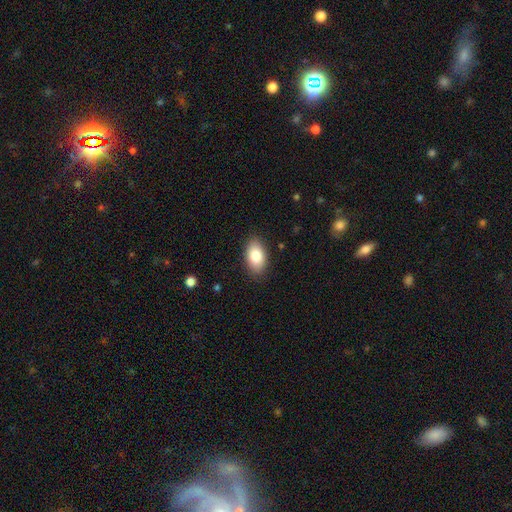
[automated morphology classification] Smooth or featured? smooth (85%)
How rounded? in between (93%)
Merging? none (86%)